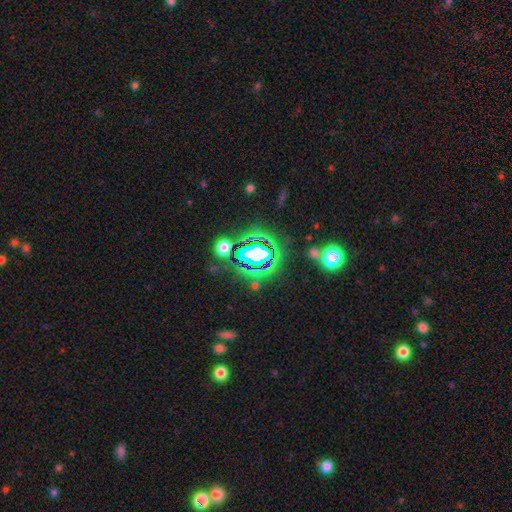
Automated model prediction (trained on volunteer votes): This appears to be a star or artifact, not a galaxy (70%).